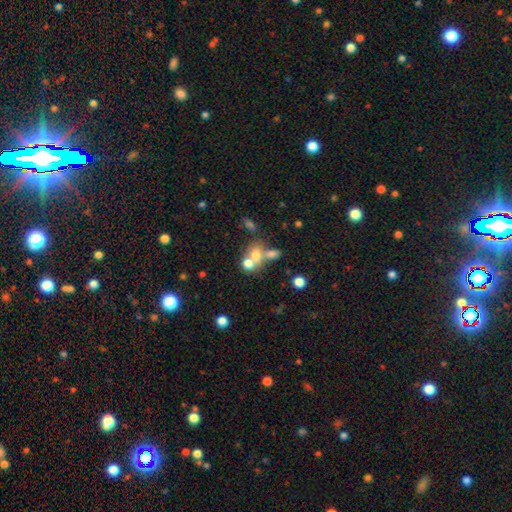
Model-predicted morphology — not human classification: Smooth or featured? Predicted: smooth (p=0.65). How rounded? Predicted: round (p=0.53). Merging? Predicted: merger (p=0.56).